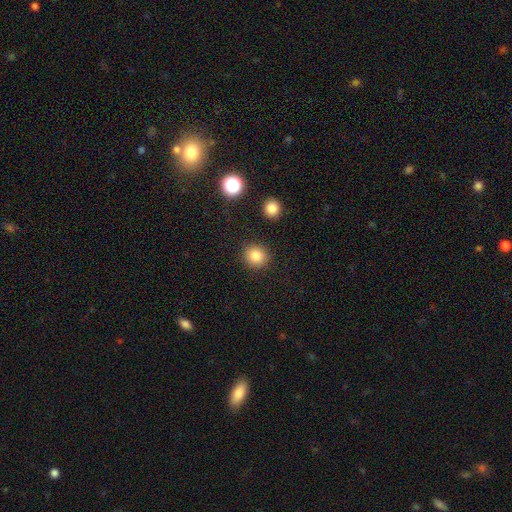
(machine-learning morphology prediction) The model was most divided on "how rounded": round: 86%, in between: 13%, cigar-shaped: 1%. More confident: merging — none (88%); smooth or featured — smooth (85%).